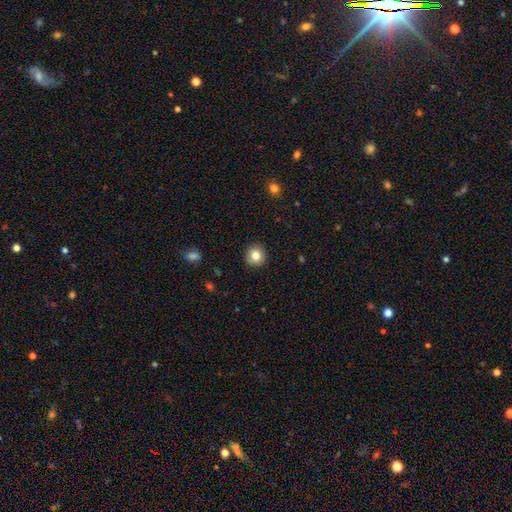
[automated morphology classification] Smooth or featured? smooth (82%)
How rounded? round (93%)
Merging? none (91%)